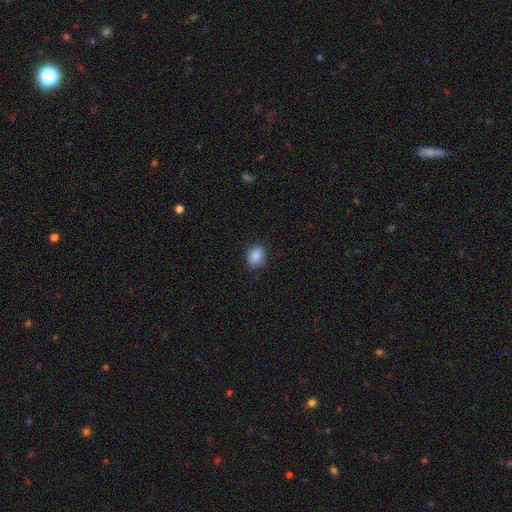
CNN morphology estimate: smooth 88%, star or artifact 8%, featured or disk 4%. Down the decision tree: how rounded — in between (54%); merging — none (84%).